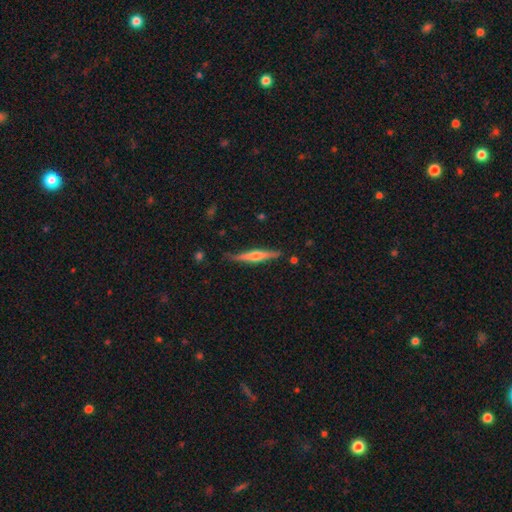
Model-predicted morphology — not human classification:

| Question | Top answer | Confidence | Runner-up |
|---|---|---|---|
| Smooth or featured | featured or disk | 65% | smooth (29%) |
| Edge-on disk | yes | 97% | no (3%) |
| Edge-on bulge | rounded | 85% | boxy (8%) |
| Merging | none | 83% | minor disturbance (12%) |